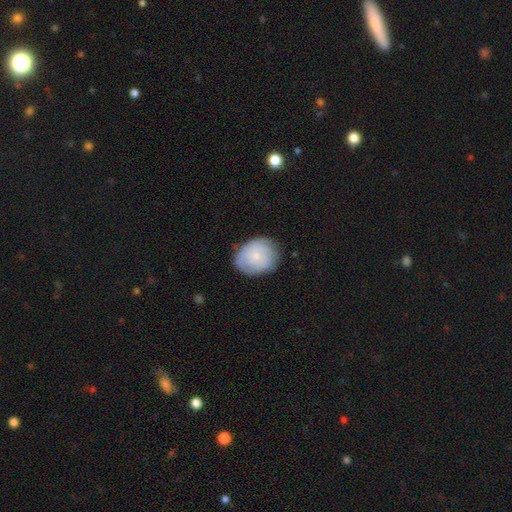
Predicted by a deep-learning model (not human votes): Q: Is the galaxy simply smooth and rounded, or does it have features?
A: smooth — 56%.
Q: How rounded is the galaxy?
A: in between — 51%.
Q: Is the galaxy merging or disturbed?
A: none — 71%.